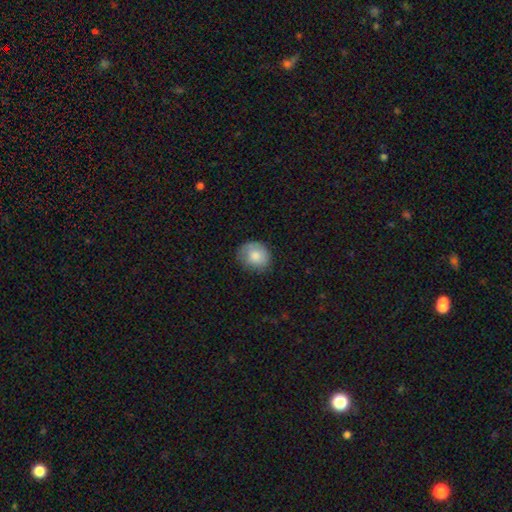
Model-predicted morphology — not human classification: A smooth galaxy with no disk features (79%) that is round (65%).

Vote fractions:
- Smooth or featured? smooth: 79% / featured or disk: 13% / star or artifact: 7%
- How rounded? round: 65% / in between: 34% / cigar-shaped: 1%
- Merging? none: 69% / minor disturbance: 23% / major disturbance: 6% / merger: 1%